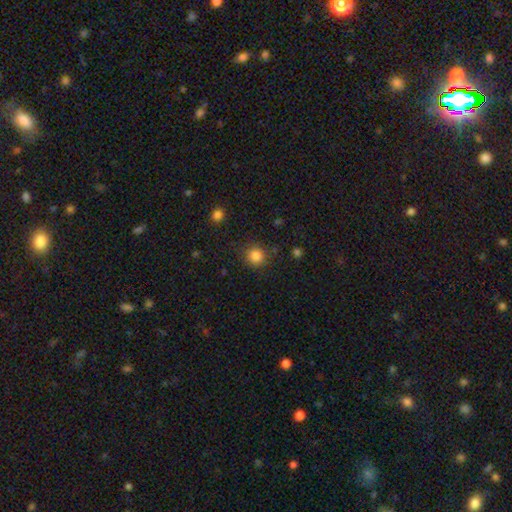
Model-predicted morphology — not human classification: A smooth galaxy with no disk features (85%) that is round (91%).

Vote fractions:
- Smooth or featured? smooth: 85% / star or artifact: 11% / featured or disk: 4%
- How rounded? round: 91% / in between: 8% / cigar-shaped: 1%
- Merging? none: 85% / minor disturbance: 10% / major disturbance: 3% / merger: 2%